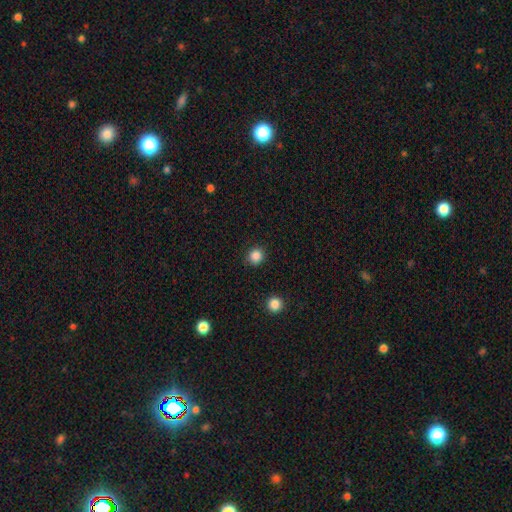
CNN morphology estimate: Overall: smooth (86%). How rounded: round (86%). Merging: none (88%).